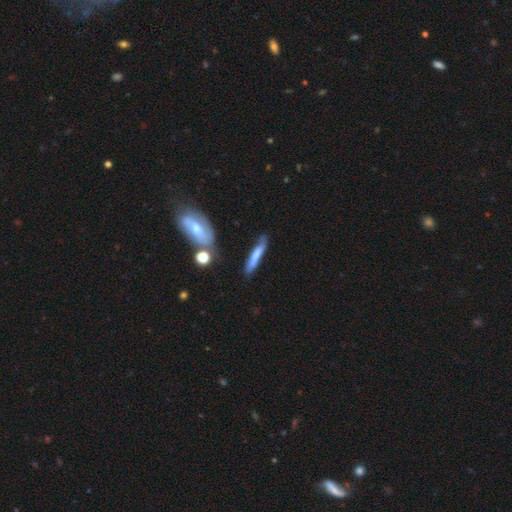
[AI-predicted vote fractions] A smooth galaxy with no disk features (64%) that is cigar-shaped (89%). Merging: none (67%).